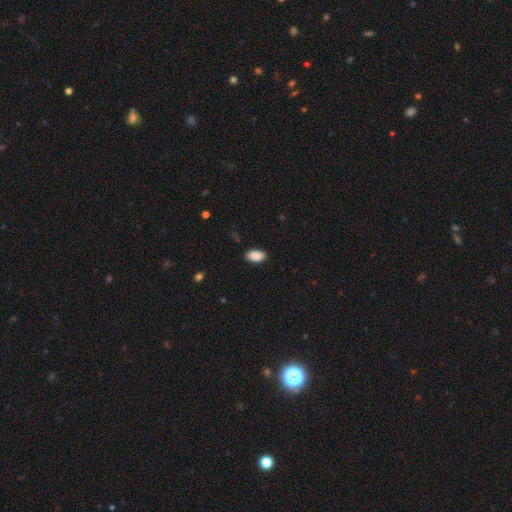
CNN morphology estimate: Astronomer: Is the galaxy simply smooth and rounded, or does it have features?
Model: smooth — 90%.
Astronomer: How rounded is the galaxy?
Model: in between — 92%.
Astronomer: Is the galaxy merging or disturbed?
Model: none — 88%.